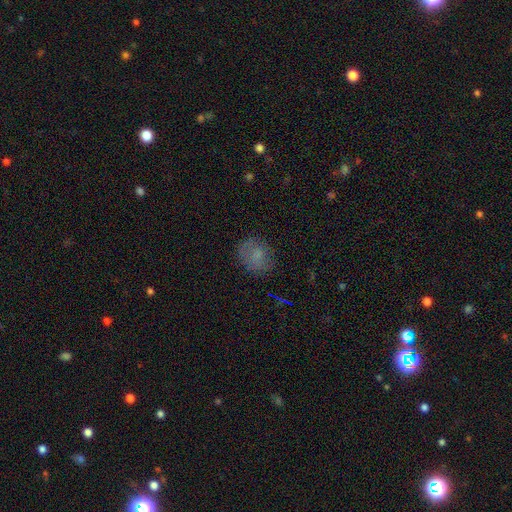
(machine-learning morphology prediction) Smooth or featured?
  - smooth: 70% *
  - featured or disk: 16%
  - star or artifact: 14%
How rounded?
  - round: 65% *
  - in between: 34%
  - cigar-shaped: 1%
Merging?
  - none: 72% *
  - minor disturbance: 19%
  - major disturbance: 7%
  - merger: 2%